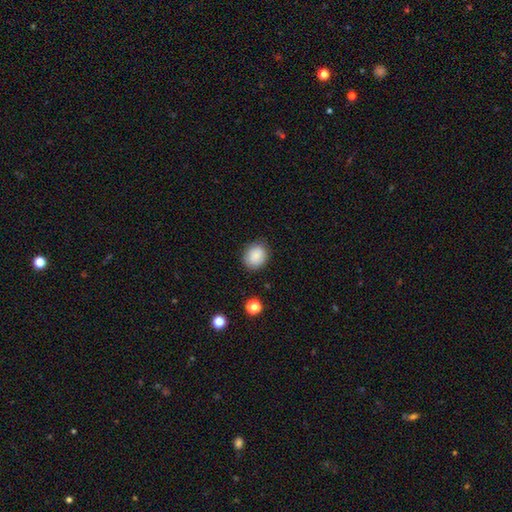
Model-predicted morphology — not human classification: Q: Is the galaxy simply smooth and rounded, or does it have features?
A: smooth — 86%.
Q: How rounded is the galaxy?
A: round — 63%.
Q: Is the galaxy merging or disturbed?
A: none — 83%.